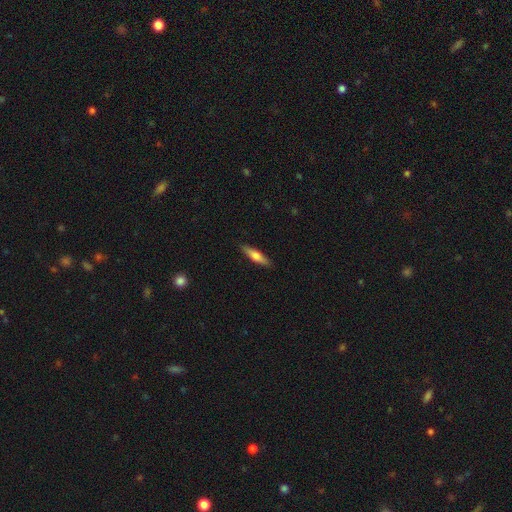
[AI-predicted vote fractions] This appears to be a smooth galaxy with no disk features (61%) that is cigar-shaped (73%). Merging: none (89%).